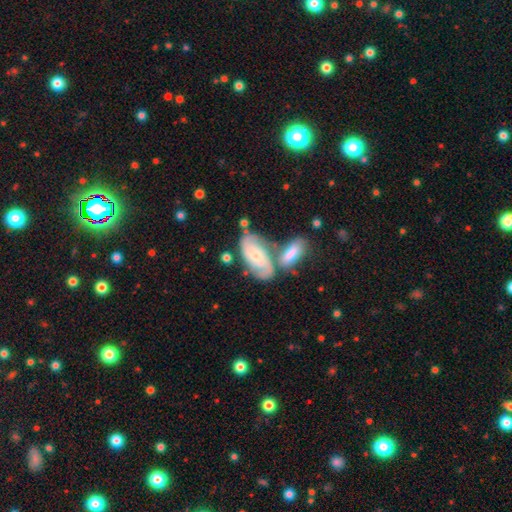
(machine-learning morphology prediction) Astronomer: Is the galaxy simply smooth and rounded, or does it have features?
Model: featured or disk — 61%.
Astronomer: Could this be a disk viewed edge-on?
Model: no — 93%.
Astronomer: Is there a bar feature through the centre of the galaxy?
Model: no — 58%.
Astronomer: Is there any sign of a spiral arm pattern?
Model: yes — 87%.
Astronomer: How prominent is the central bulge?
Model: small — 62%.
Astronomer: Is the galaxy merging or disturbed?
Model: none — 43% (runner-up: merger, 35%).